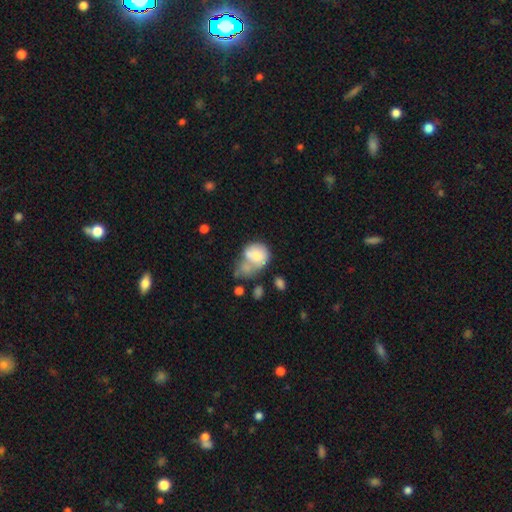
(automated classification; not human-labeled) Smooth or featured? Predicted: smooth (p=0.67). How rounded? Predicted: round (p=0.55). Merging? Predicted: merger (p=0.45).